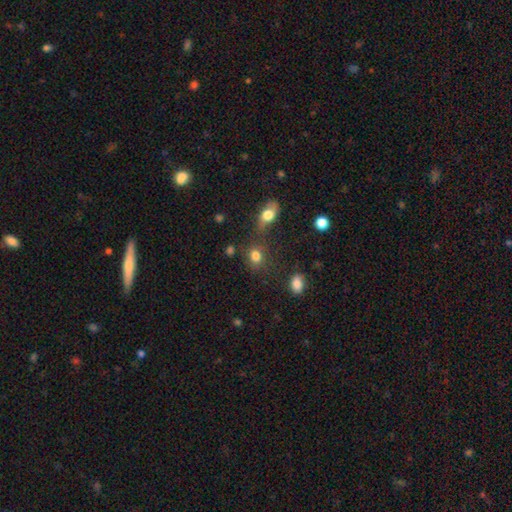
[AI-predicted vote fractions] Smooth or featured? Predicted: smooth (p=0.81). How rounded? Predicted: round (p=0.50). Merging? Predicted: none (p=0.66).